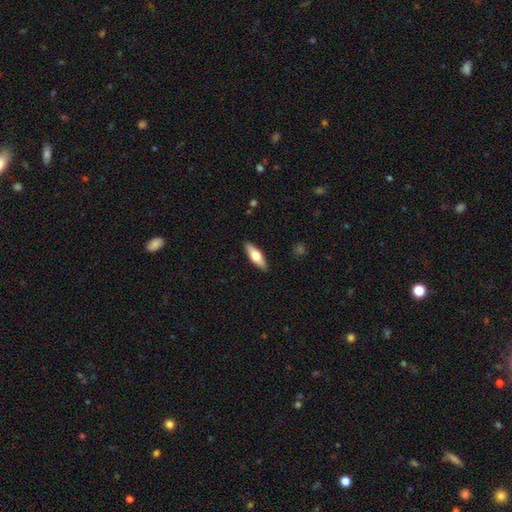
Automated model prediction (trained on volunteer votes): smooth-or-featured: smooth: 56% | featured or disk: 39% | star or artifact: 5%
  how-rounded: in between: 52% | cigar-shaped: 46% | round: 2%
  merging: none: 90% | minor disturbance: 8% | major disturbance: 2% | merger: 1%